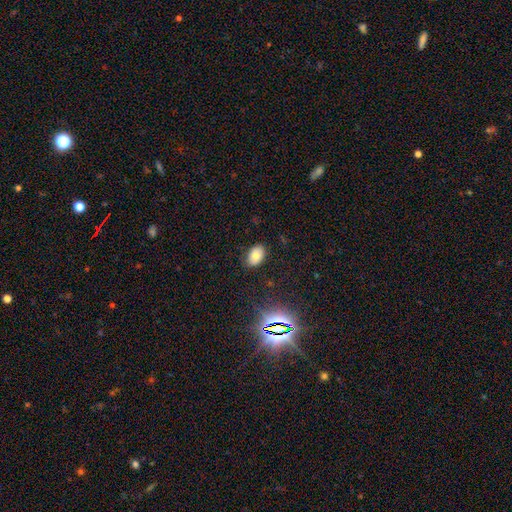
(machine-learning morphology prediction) smooth-or-featured: smooth: 72% | star or artifact: 14% | featured or disk: 13%
  how-rounded: in between: 88% | round: 11% | cigar-shaped: 1%
  merging: none: 83% | minor disturbance: 13% | major disturbance: 3% | merger: 1%